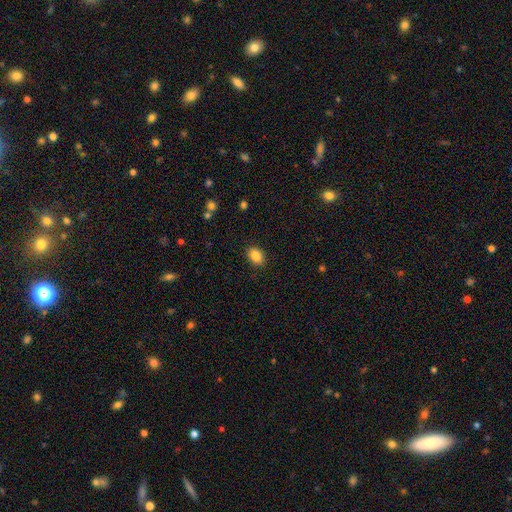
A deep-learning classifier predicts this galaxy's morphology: Overall: smooth (86%). How rounded: in between (75%). Merging: none (89%).